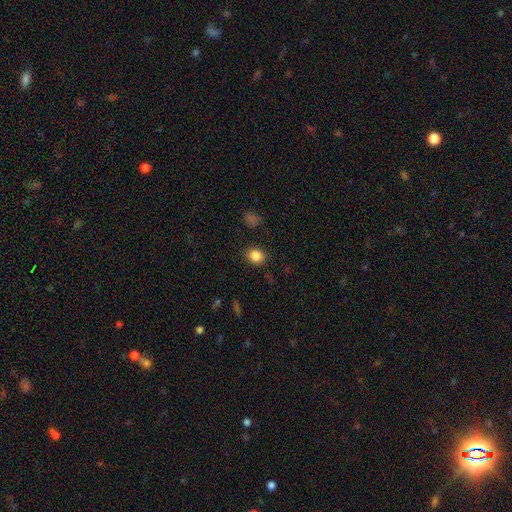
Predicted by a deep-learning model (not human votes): smooth_or_featured: smooth (p=0.85) [alt: star or artifact p=0.10]
how_rounded: round (p=0.57) [alt: in between p=0.42]
merging: none (p=0.85) [alt: minor disturbance p=0.10]